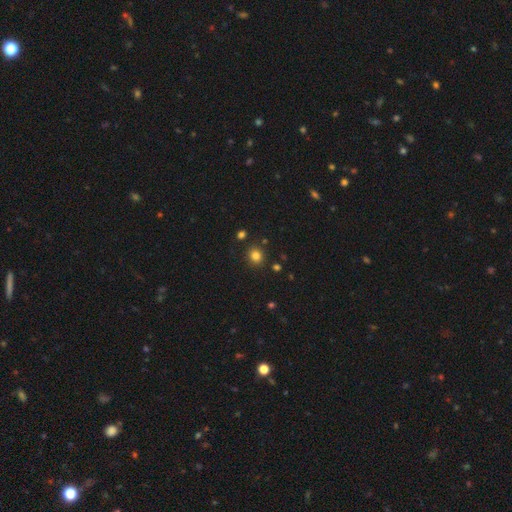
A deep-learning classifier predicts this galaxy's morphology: A smooth galaxy with no disk features (81%) that is round (84%). Merging: none (87%).